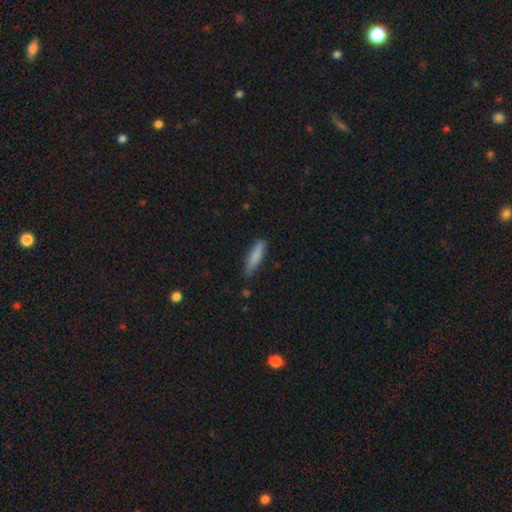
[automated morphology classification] Overall: smooth (82%). How rounded: cigar-shaped (80%). Merging: none (78%).